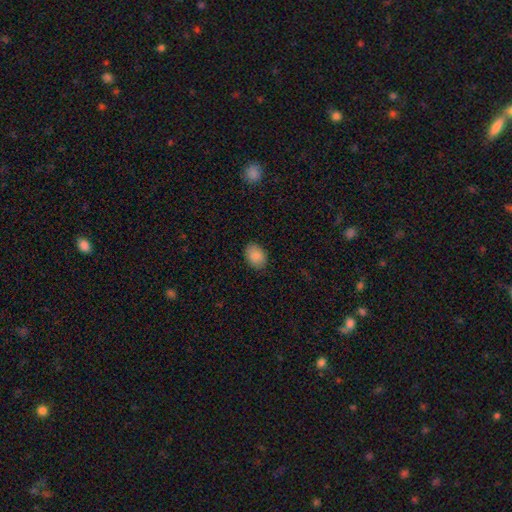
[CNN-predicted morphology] smooth_or_featured: smooth (p=0.88) [alt: star or artifact p=0.08]
how_rounded: in between (p=0.75) [alt: round p=0.24]
merging: none (p=0.87) [alt: minor disturbance p=0.10]